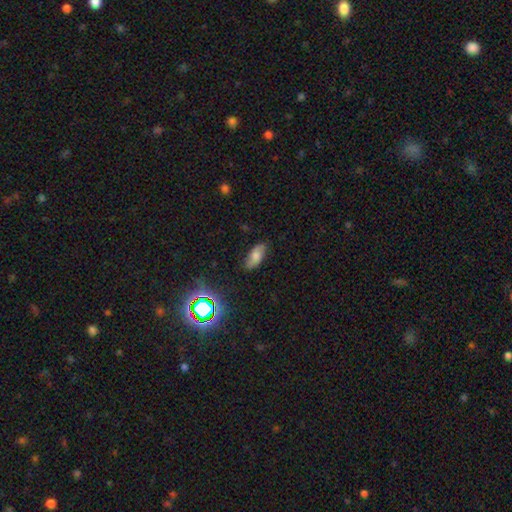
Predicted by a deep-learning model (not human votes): smooth_or_featured: smooth (p=0.65) [alt: featured or disk p=0.23]
how_rounded: in between (p=0.86) [alt: cigar-shaped p=0.10]
merging: none (p=0.80) [alt: minor disturbance p=0.15]